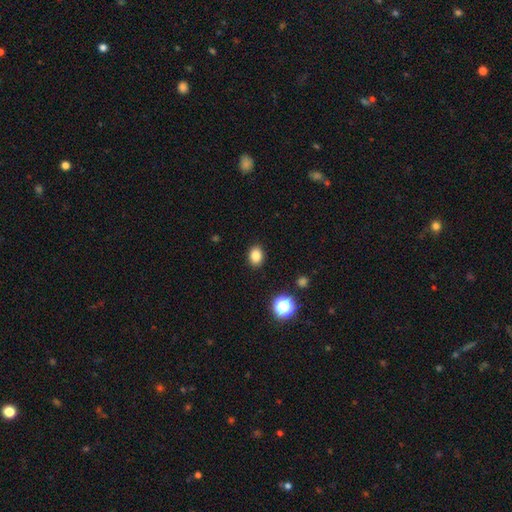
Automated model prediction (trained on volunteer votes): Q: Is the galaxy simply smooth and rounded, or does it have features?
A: smooth — 83%.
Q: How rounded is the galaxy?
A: in between — 62%.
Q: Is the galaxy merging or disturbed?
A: none — 89%.